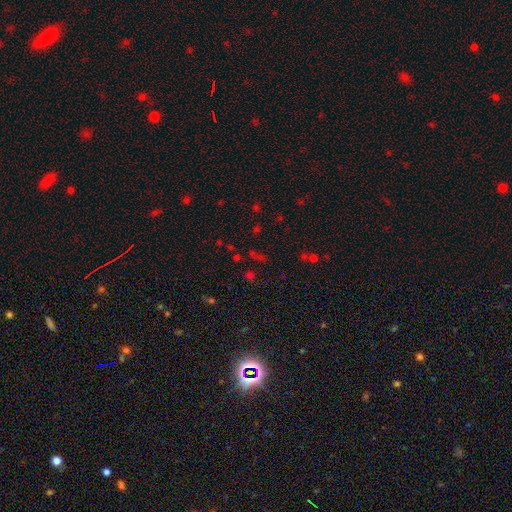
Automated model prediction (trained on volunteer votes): This is possibly a star or artifact rather than a galaxy (56%).